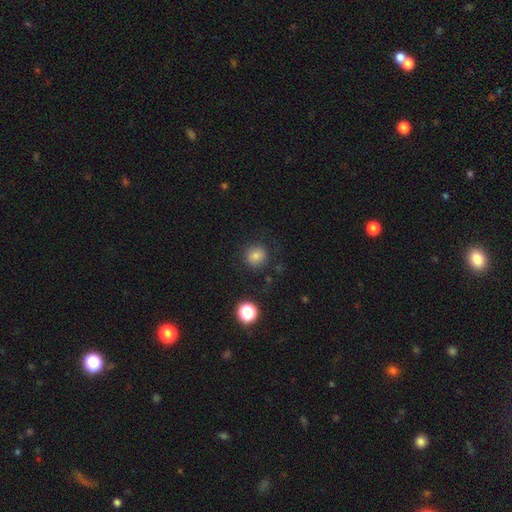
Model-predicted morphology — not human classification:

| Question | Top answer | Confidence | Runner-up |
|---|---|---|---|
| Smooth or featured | smooth | 78% | star or artifact (15%) |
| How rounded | round | 87% | in between (12%) |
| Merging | none | 83% | minor disturbance (10%) |